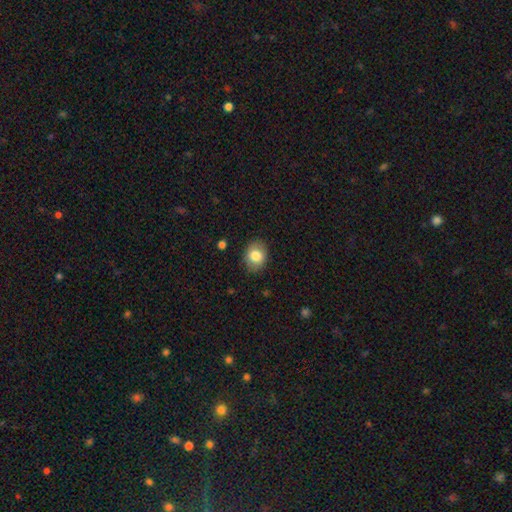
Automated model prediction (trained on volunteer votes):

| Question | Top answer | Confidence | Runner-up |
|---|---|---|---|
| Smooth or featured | smooth | 81% | featured or disk (10%) |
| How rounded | in between | 58% | round (41%) |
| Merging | none | 85% | minor disturbance (11%) |